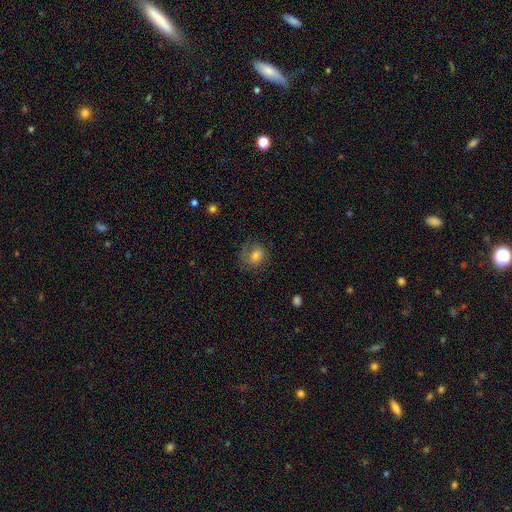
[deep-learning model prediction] Q: Smooth or featured?
A: smooth (65%); runner-up: featured or disk (24%)
Q: How rounded?
A: round (67%); runner-up: in between (32%)
Q: Merging?
A: none (64%); runner-up: minor disturbance (21%)